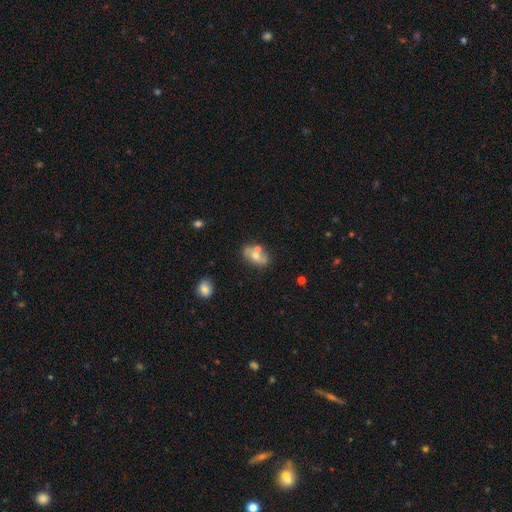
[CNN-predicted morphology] Smooth or featured? smooth (53%)
How rounded? in between (80%)
Merging? none (54%)